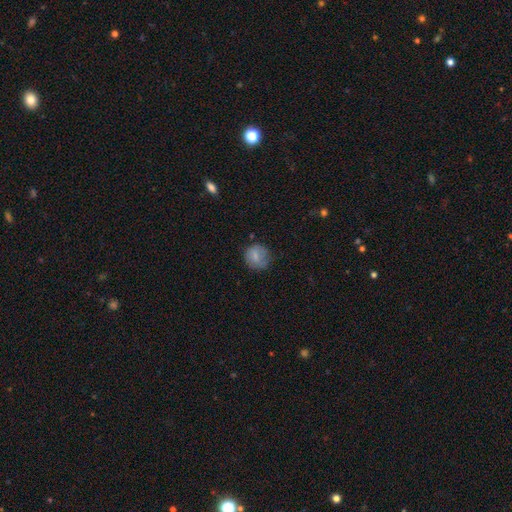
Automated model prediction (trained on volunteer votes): Smooth or featured? smooth (77%)
How rounded? round (84%)
Merging? none (70%)